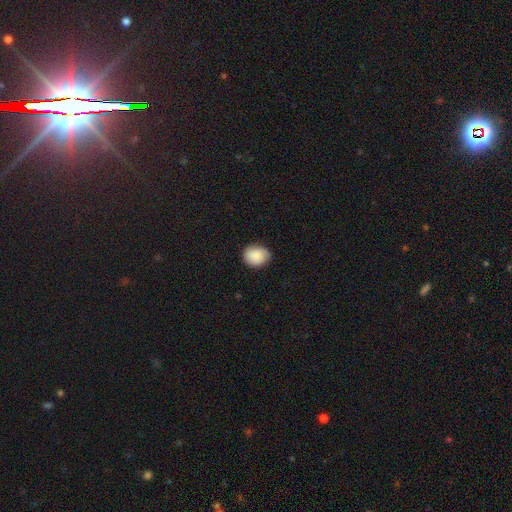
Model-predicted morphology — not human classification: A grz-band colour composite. It shows a smooth galaxy with no disk features (87%) that is round (63%). Merging: none (80%).